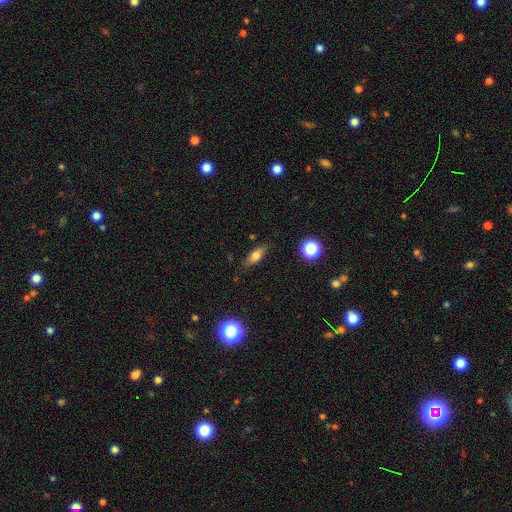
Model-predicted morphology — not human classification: Smooth or featured? Predicted: smooth (p=0.69). How rounded? Predicted: in between (p=0.64). Merging? Predicted: none (p=0.82).